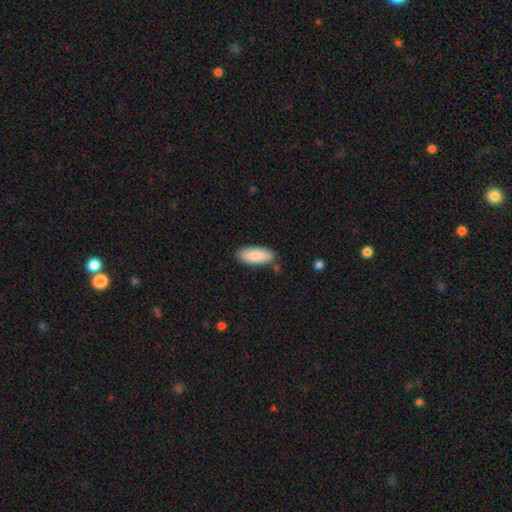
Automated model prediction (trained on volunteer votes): Smooth or featured?
  - smooth: 85% *
  - featured or disk: 9%
  - star or artifact: 6%
How rounded?
  - in between: 78% *
  - cigar-shaped: 20%
  - round: 2%
Merging?
  - none: 83% *
  - minor disturbance: 12%
  - merger: 3%
  - major disturbance: 2%